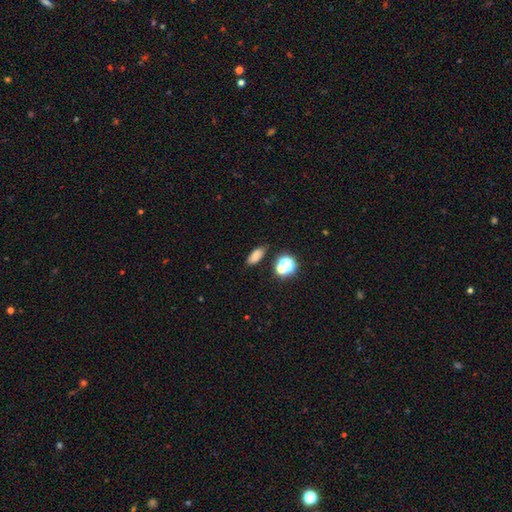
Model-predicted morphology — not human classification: Overall: smooth (76%). How rounded: in between (80%). Merging: none (78%).